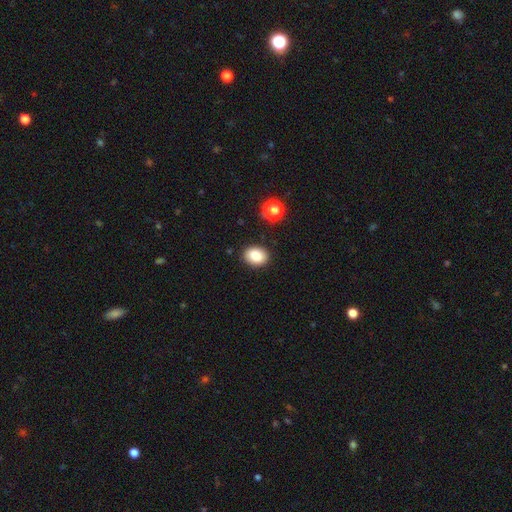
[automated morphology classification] Smooth or featured: smooth — 85% (star or artifact — 9%)
How rounded: in between — 67% (round — 32%)
Merging: none — 86% (minor disturbance — 9%)